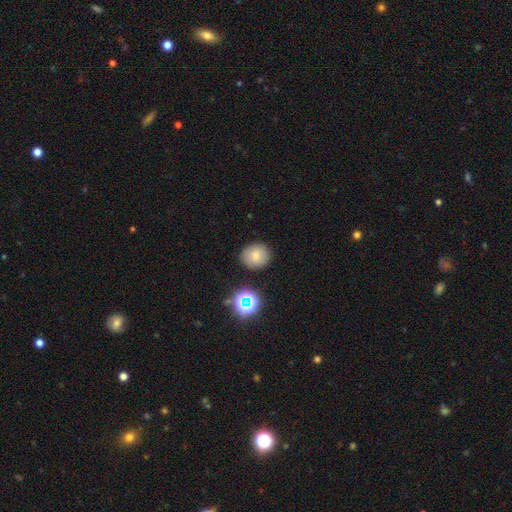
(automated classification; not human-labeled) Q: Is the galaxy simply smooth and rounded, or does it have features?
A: smooth — 76%.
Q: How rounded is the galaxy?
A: round — 82%.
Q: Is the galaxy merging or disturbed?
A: none — 86%.